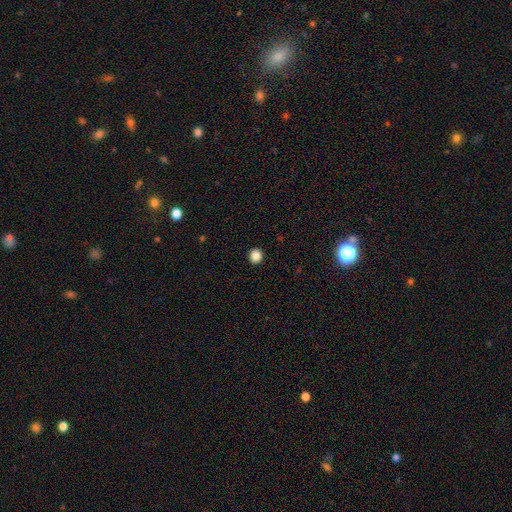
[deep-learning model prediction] smooth 87%, star or artifact 10%, featured or disk 3%. Down the decision tree: how rounded — round (86%); merging — none (93%).